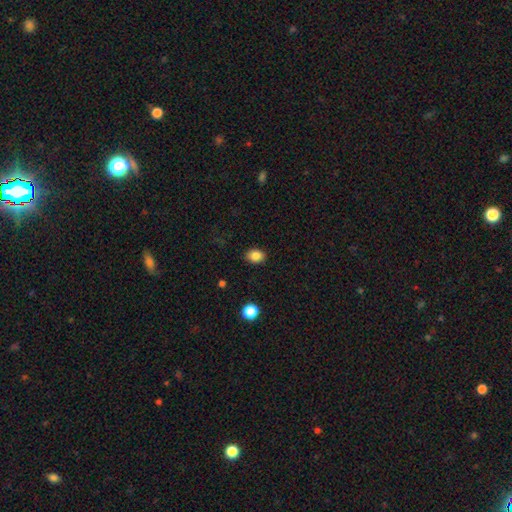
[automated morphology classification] Smooth or featured: smooth — 85% (star or artifact — 10%)
How rounded: in between — 69% (round — 30%)
Merging: none — 89% (minor disturbance — 8%)